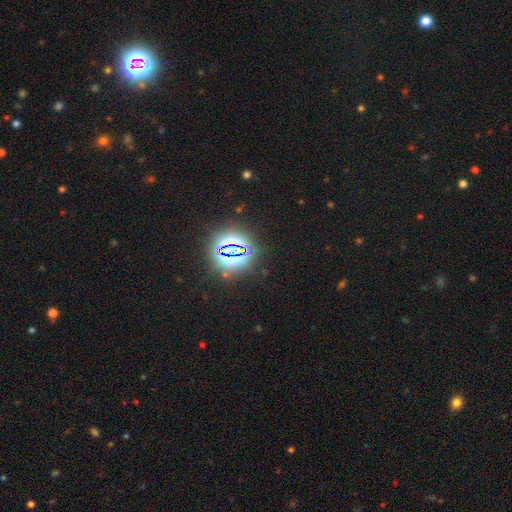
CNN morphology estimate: Smooth or featured: star or artifact — 79% (smooth — 15%)